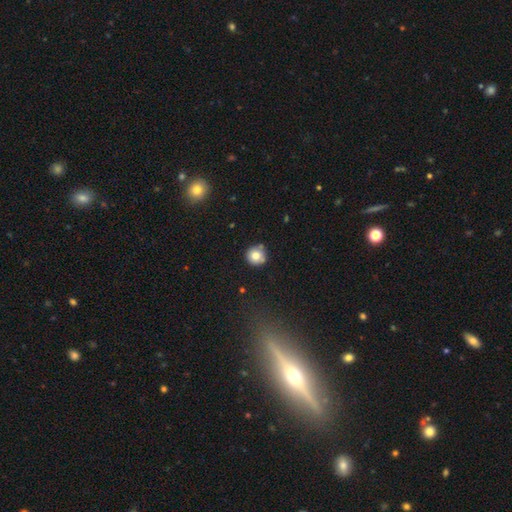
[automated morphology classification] This is clearly a smooth galaxy (81%). How rounded: clearly round (93%). Merging: likely none (77%).